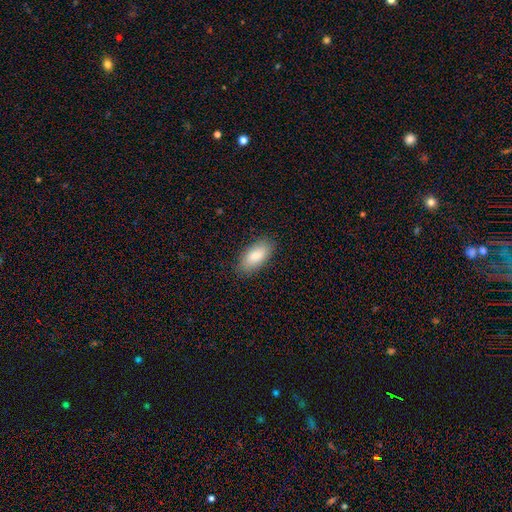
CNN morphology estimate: A smooth galaxy with no disk features (85%) that is in between round and cigar-shaped (89%). Merging: none (86%).